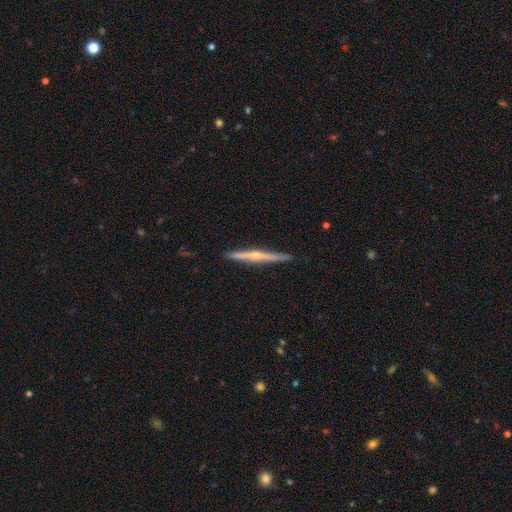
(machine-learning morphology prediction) This appears to be a featured or disk galaxy (74%) viewed edge-on (98%) with a rounded central bulge (78%). Merging: none (91%).